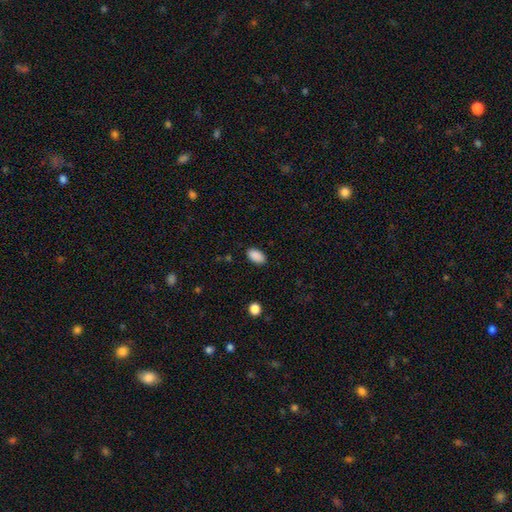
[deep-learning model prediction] smooth-or-featured: smooth: 89% | star or artifact: 8% | featured or disk: 3%
  how-rounded: in between: 93% | round: 5% | cigar-shaped: 2%
  merging: none: 86% | minor disturbance: 10% | major disturbance: 2% | merger: 1%